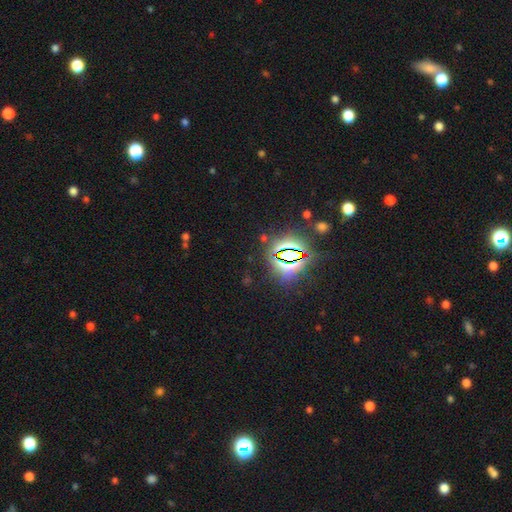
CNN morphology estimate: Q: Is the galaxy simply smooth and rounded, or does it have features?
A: star or artifact — 85%.